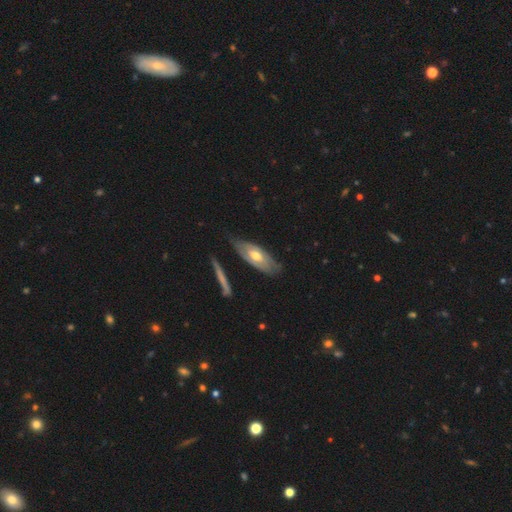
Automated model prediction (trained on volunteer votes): Smooth or featured? Predicted: featured or disk (p=0.56). Edge-on disk? Predicted: no (p=0.74). Merging? Predicted: none (p=0.65).